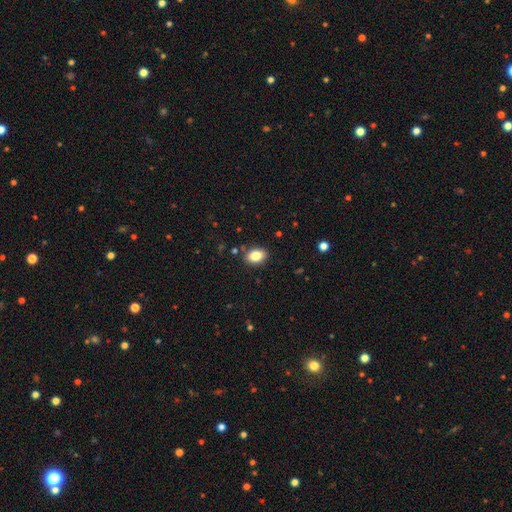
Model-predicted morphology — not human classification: Smooth or featured: smooth — 84% (star or artifact — 9%)
How rounded: in between — 82% (round — 17%)
Merging: none — 86% (minor disturbance — 9%)